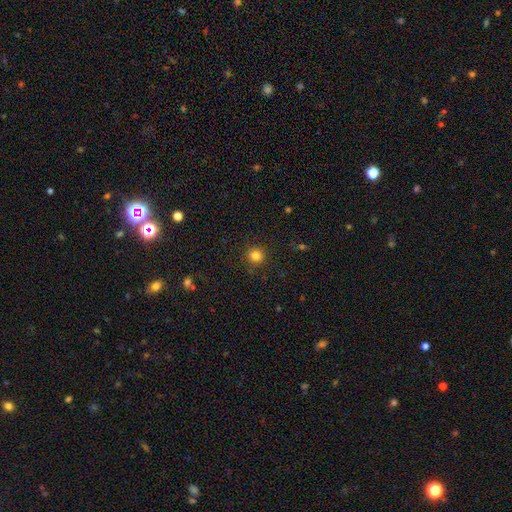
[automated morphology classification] smooth_or_featured: smooth (p=0.82) [alt: star or artifact p=0.13]
how_rounded: round (p=0.93) [alt: in between p=0.06]
merging: none (p=0.90) [alt: minor disturbance p=0.06]